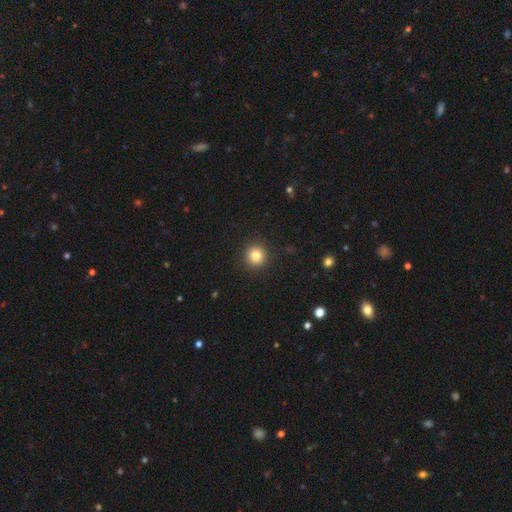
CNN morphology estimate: type=smooth (83%); roundness=round (94%); merging=none (92%).